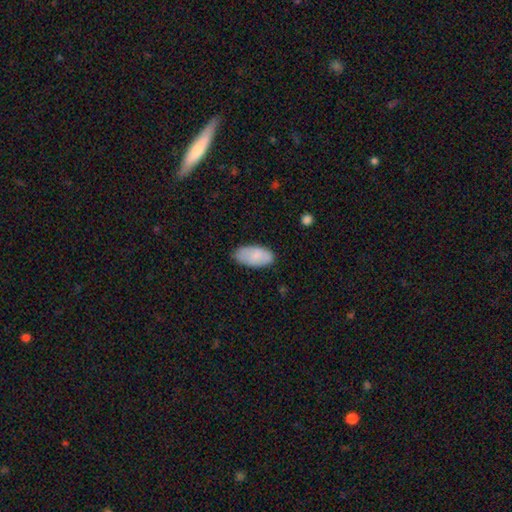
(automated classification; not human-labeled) Smooth or featured? Predicted: smooth (p=0.82). How rounded? Predicted: in between (p=0.94). Merging? Predicted: none (p=0.76).